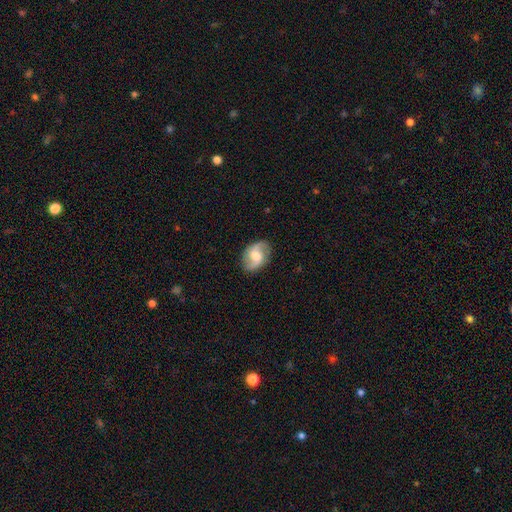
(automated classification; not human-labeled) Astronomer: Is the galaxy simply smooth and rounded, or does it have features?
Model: featured or disk — 73%.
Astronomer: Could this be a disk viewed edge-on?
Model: no — 97%.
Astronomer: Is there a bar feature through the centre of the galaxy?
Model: weak — 49% (runner-up: no, 38%).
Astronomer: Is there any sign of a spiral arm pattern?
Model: yes — 93%.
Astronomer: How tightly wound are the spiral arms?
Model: loose — 47% (runner-up: medium, 40%).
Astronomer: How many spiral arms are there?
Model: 2 — 91%.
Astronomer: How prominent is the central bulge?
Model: moderate — 58%.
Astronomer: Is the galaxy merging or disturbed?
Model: none — 83%.